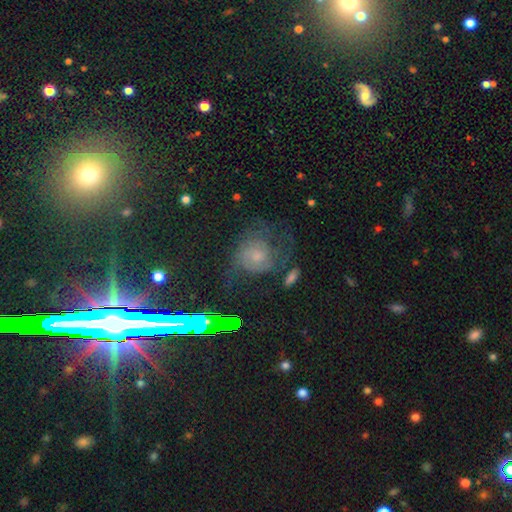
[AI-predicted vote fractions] A featured or disk galaxy (44%).

Vote fractions:
- Smooth or featured? featured or disk: 44% / smooth: 36% / star or artifact: 20%
- Merging? none: 48% / major disturbance: 25% / minor disturbance: 21% / merger: 5%